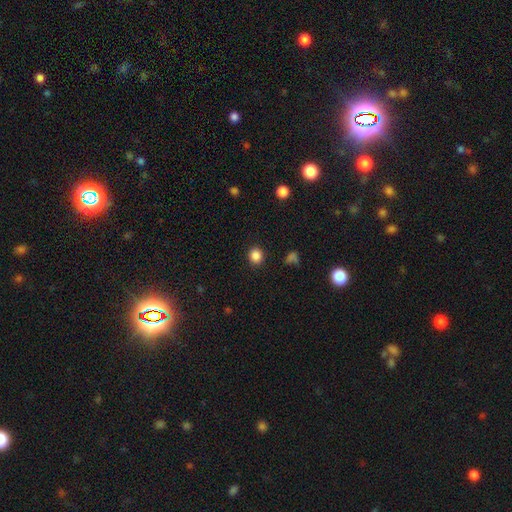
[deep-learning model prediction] A smooth galaxy with no disk features (86%) that is round (83%). Merging: none (90%).